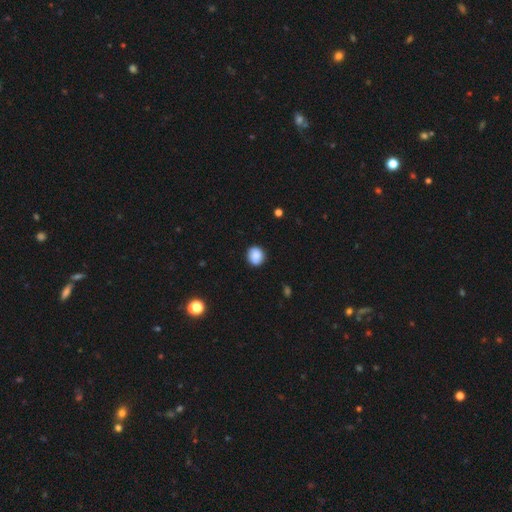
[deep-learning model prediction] A smooth galaxy with no disk features (84%) that is round (82%). Merging: none (87%).